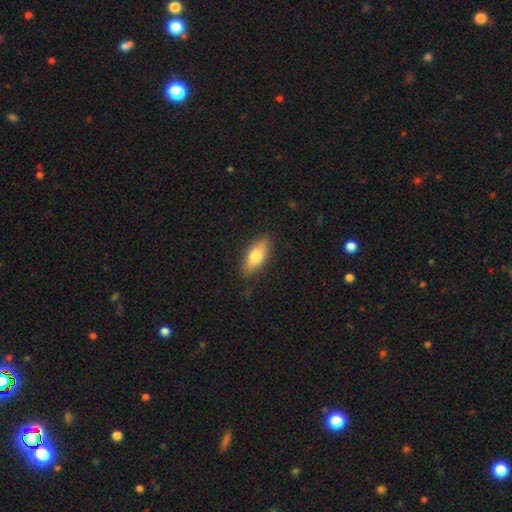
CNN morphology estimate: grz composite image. It shows a smooth galaxy with no disk features (76%) that is in between round and cigar-shaped (77%). Merging: none (85%).